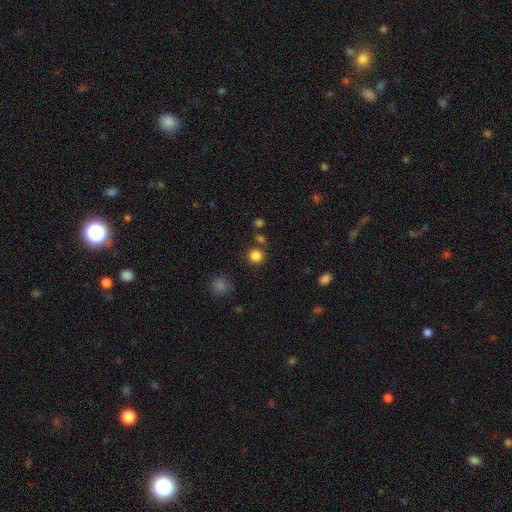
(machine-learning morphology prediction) The model was most divided on "smooth or featured": smooth: 84%, star or artifact: 13%, featured or disk: 4%. More confident: how rounded — round (92%); merging — none (83%).